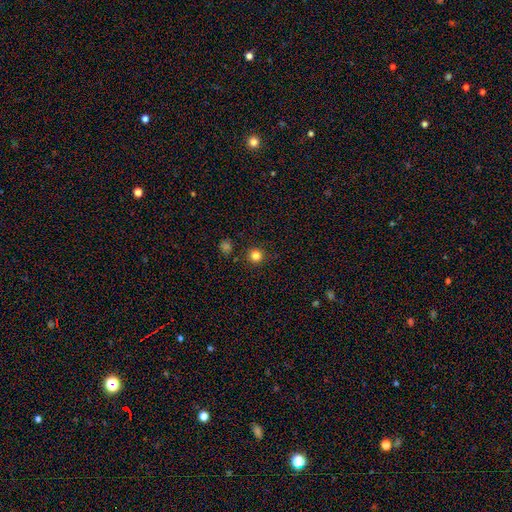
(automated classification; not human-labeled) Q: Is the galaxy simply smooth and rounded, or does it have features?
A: smooth — 82%.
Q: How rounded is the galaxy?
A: round — 94%.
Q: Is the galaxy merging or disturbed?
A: none — 91%.